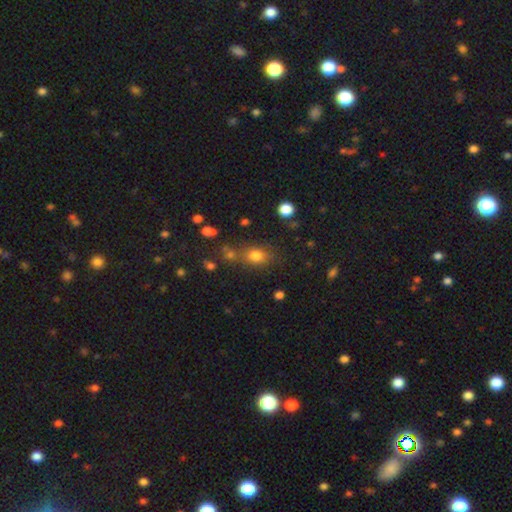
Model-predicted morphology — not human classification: A smooth galaxy with no disk features (78%) that is in between round and cigar-shaped (52%). Merging: none (68%).